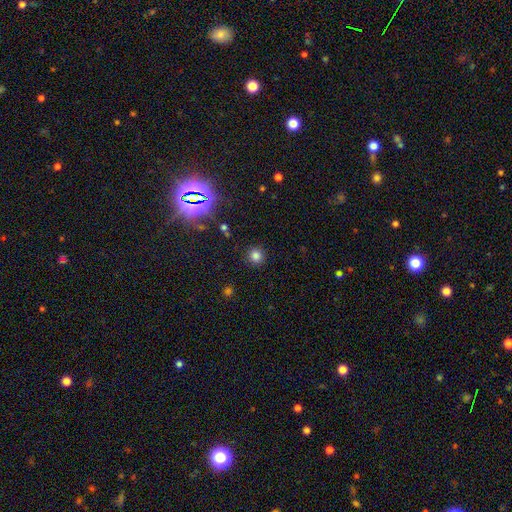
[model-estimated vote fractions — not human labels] Smooth or featured? Predicted: smooth (p=0.78). How rounded? Predicted: round (p=0.92). Merging? Predicted: none (p=0.90).